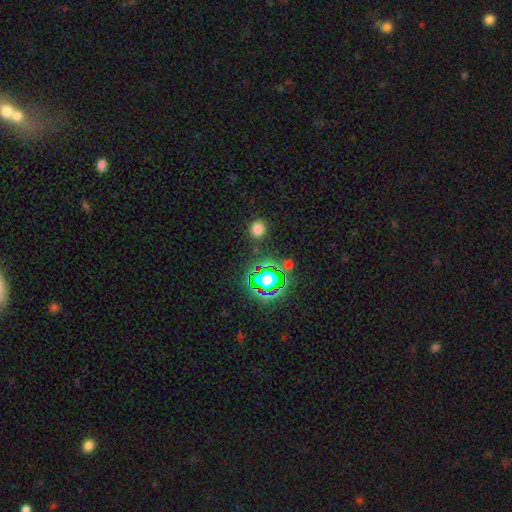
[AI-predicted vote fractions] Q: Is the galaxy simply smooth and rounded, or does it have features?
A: star or artifact — 71%.